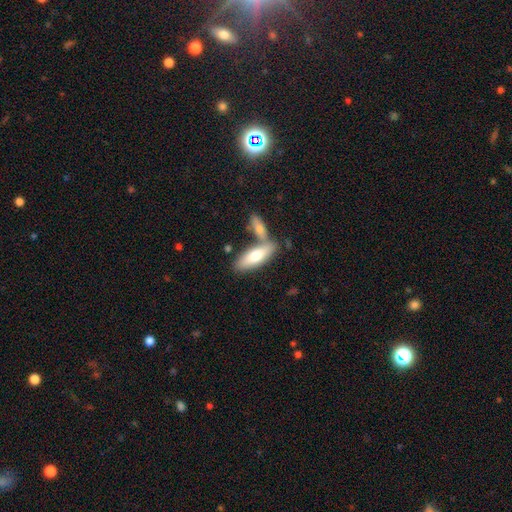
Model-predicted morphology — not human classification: smooth 71%, featured or disk 24%, star or artifact 5%. Down the decision tree: how rounded — in between (59%); merging — none (51%).